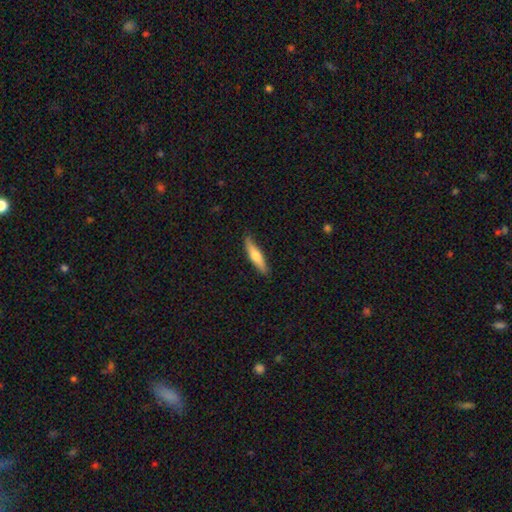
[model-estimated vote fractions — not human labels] Q: Smooth or featured?
A: smooth (55%); runner-up: featured or disk (40%)
Q: How rounded?
A: cigar-shaped (81%); runner-up: in between (18%)
Q: Merging?
A: none (85%); runner-up: minor disturbance (12%)